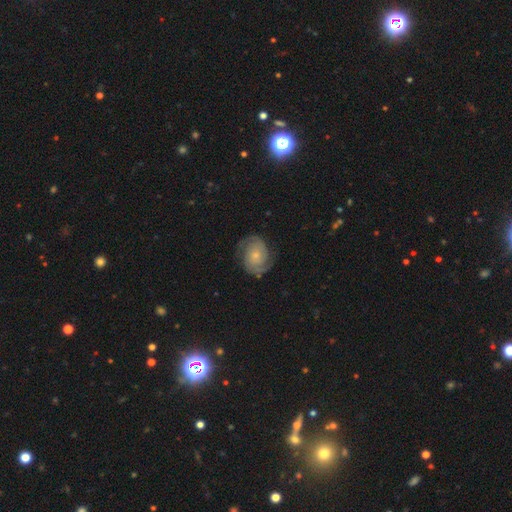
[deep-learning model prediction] Smooth or featured? featured or disk (82%)
Edge-on disk? no (98%)
Bar? no (74%)
Spiral arms? yes (96%)
Spiral winding? tight (43%)
Spiral arm count? 2 (89%)
Bulge size? small (67%)
Merging? none (77%)